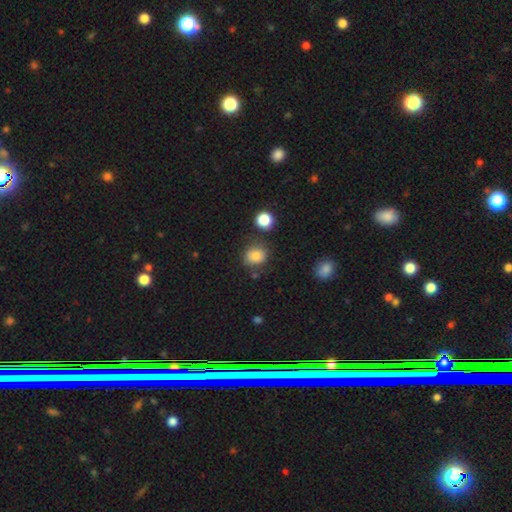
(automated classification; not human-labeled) A smooth galaxy with no disk features (82%) that is round (67%).

Vote fractions:
- Smooth or featured? smooth: 82% / star or artifact: 11% / featured or disk: 7%
- How rounded? round: 67% / in between: 32% / cigar-shaped: 1%
- Merging? none: 75% / minor disturbance: 15% / merger: 6% / major disturbance: 4%